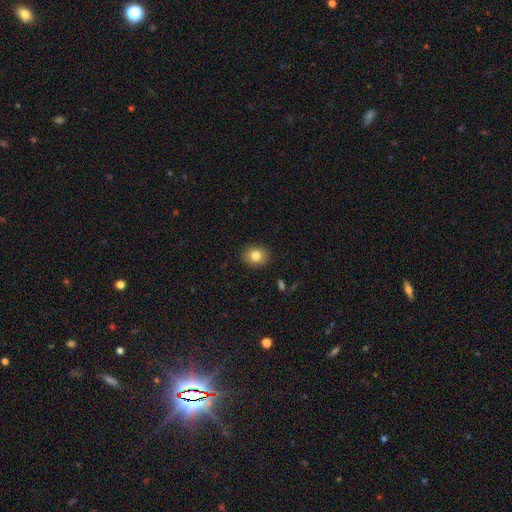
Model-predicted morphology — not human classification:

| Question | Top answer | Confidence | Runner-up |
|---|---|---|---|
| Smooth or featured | smooth | 82% | star or artifact (10%) |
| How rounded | round | 65% | in between (35%) |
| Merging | none | 90% | minor disturbance (7%) |